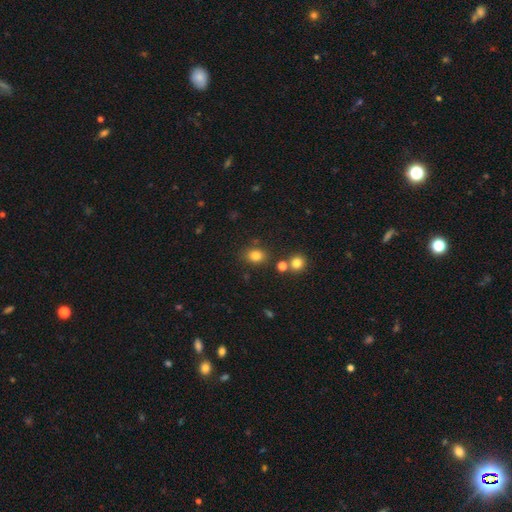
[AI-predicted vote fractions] smooth 81%, star or artifact 13%, featured or disk 6%. Down the decision tree: how rounded — round (53%); merging — none (78%).